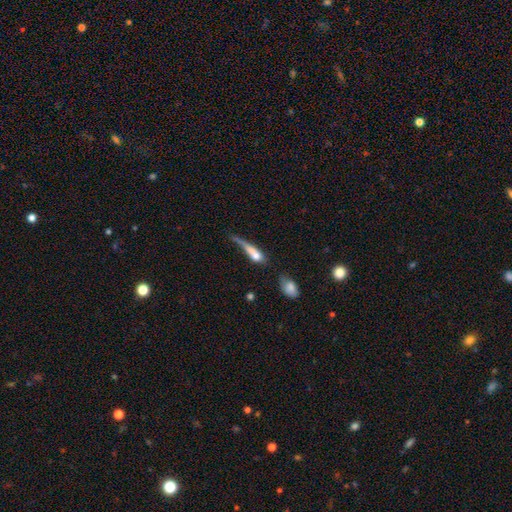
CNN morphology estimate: Smooth or featured: smooth — 57% (featured or disk — 33%)
How rounded: cigar-shaped — 57% (in between — 35%)
Merging: major disturbance — 34% (merger — 24%)